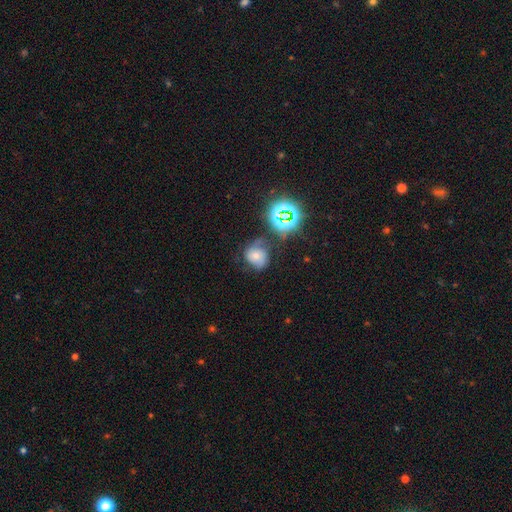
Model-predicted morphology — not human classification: smooth_or_featured: smooth (p=0.48) [alt: featured or disk p=0.29]
merging: none (p=0.52) [alt: minor disturbance p=0.28]